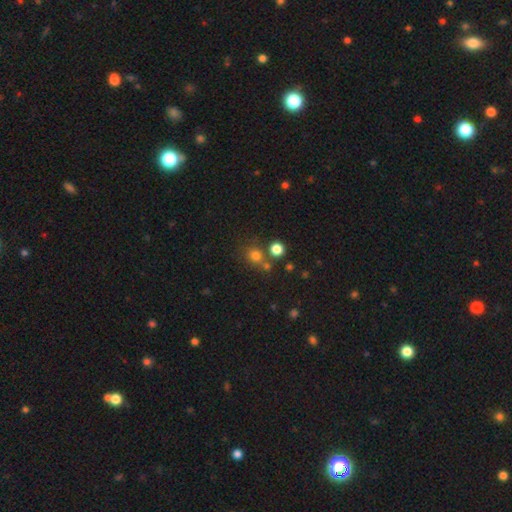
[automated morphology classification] smooth 74%, star or artifact 19%, featured or disk 7%. Down the decision tree: how rounded — round (84%); merging — none (65%).